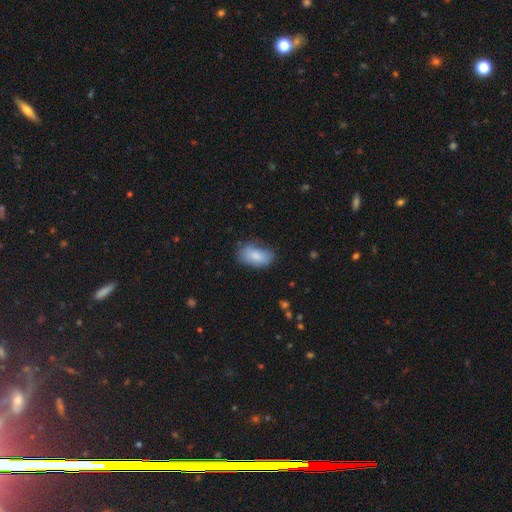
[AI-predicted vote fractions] Smooth or featured?
  - smooth: 84% *
  - featured or disk: 9%
  - star or artifact: 7%
How rounded?
  - in between: 93% *
  - round: 4%
  - cigar-shaped: 3%
Merging?
  - none: 67% *
  - minor disturbance: 25%
  - major disturbance: 6%
  - merger: 2%